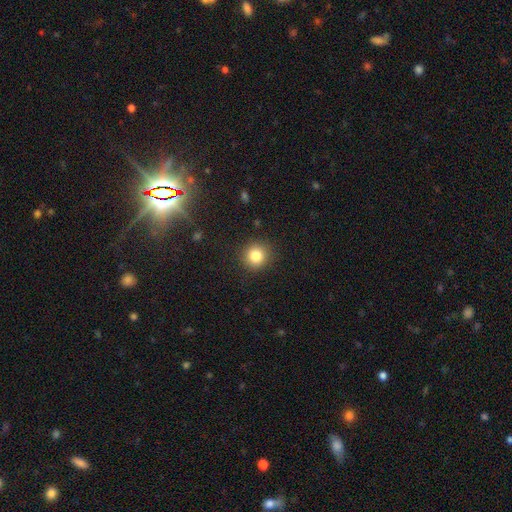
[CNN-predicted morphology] Smooth or featured? smooth (82%)
How rounded? round (92%)
Merging? none (90%)